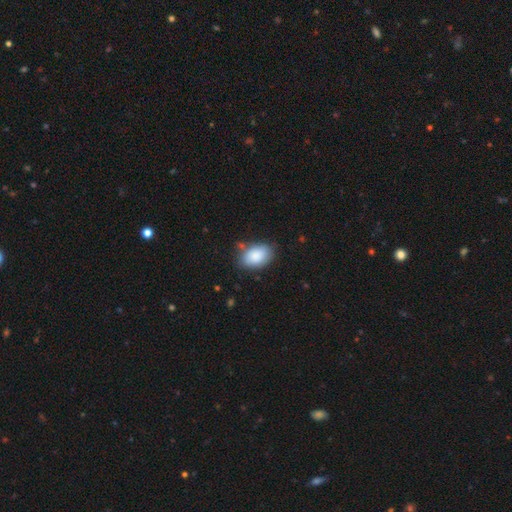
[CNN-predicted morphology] Smooth or featured: smooth — 87% (featured or disk — 7%)
How rounded: in between — 89% (round — 9%)
Merging: none — 77% (minor disturbance — 16%)